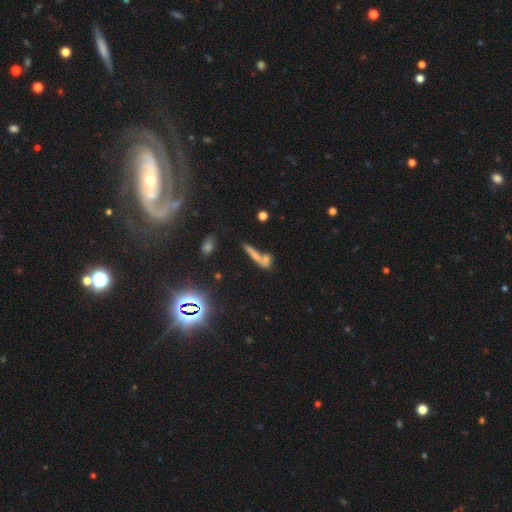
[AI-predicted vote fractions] smooth_or_featured: smooth (p=0.59) [alt: featured or disk p=0.24]
how_rounded: cigar-shaped (p=0.71) [alt: in between p=0.22]
merging: merger (p=0.43) [alt: none p=0.41]